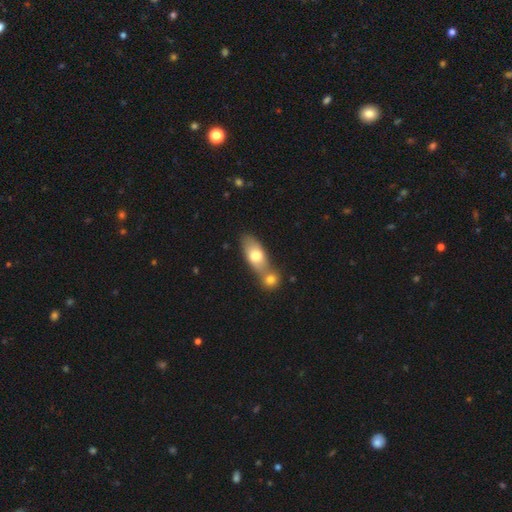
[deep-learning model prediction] smooth 71%, featured or disk 22%, star or artifact 7%. Down the decision tree: how rounded — in between (79%); merging — merger (52%).